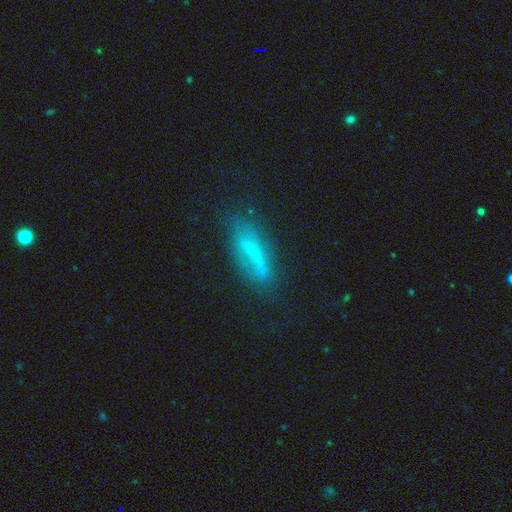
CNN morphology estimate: Overall: smooth (51%; featured or disk 37%). How rounded: cigar-shaped (63%; in between 34%). Merging: none (61%; minor disturbance 24%).